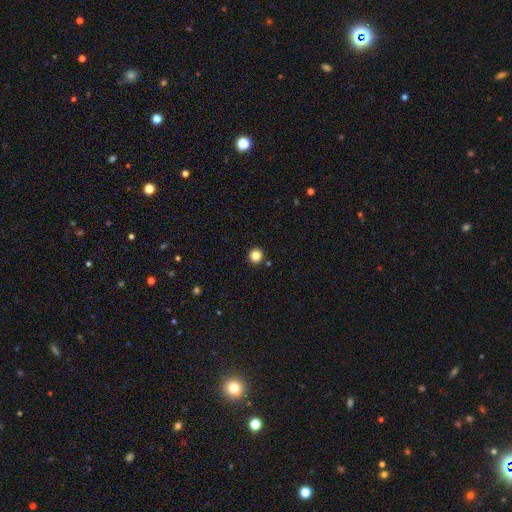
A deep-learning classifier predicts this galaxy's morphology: Q: Smooth or featured?
A: smooth (85%); runner-up: star or artifact (11%)
Q: How rounded?
A: round (93%); runner-up: in between (6%)
Q: Merging?
A: none (92%); runner-up: minor disturbance (5%)